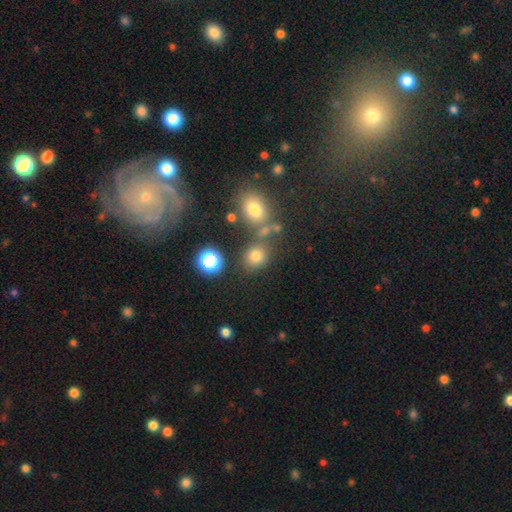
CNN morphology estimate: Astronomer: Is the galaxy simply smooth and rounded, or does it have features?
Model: smooth — 74%.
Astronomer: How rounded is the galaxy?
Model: round — 70%.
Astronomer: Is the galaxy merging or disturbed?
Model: none — 69%.